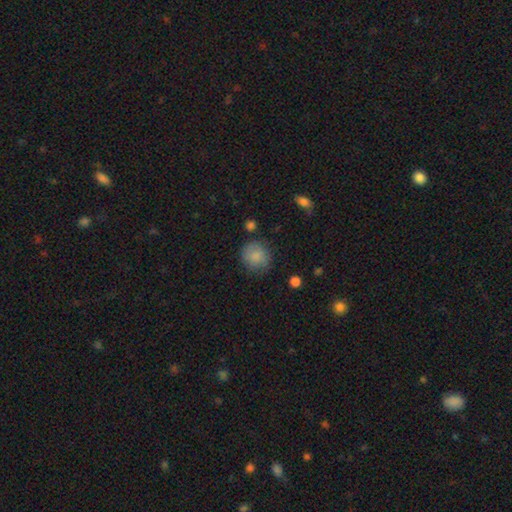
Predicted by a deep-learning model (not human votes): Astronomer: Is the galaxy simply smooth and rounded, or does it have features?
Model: smooth — 83%.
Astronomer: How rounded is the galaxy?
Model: round — 84%.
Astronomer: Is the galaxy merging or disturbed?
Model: none — 71%.